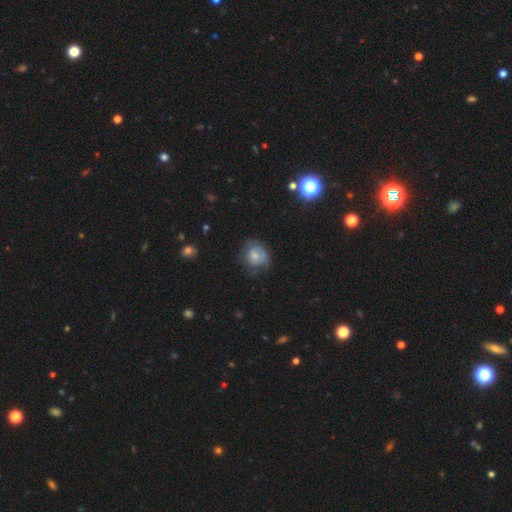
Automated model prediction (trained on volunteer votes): smooth_or_featured: smooth (p=0.53) [alt: featured or disk p=0.37]
how_rounded: round (p=0.69) [alt: in between p=0.30]
merging: none (p=0.53) [alt: minor disturbance p=0.29]